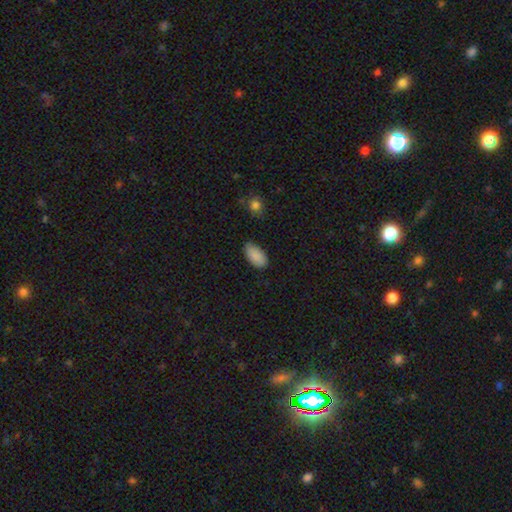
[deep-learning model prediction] This appears to be a smooth galaxy with no disk features (89%) that is in between round and cigar-shaped (95%). Merging: none (77%).